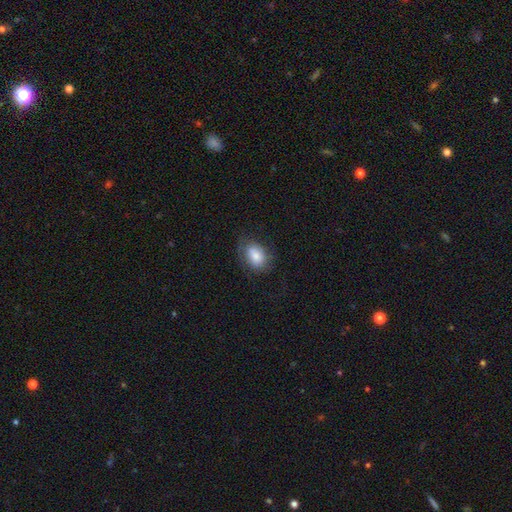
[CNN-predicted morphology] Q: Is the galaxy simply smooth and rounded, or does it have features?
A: smooth — 75%.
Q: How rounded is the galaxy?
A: in between — 79%.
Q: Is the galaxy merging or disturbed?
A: none — 64%.